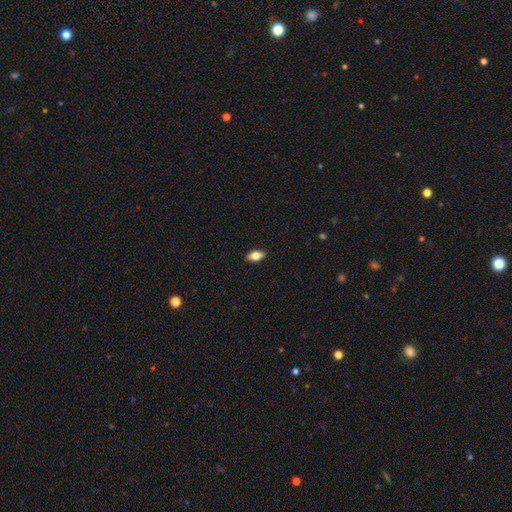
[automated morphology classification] The model was most divided on "smooth or featured": smooth: 76%, featured or disk: 16%, star or artifact: 8%. More confident: merging — none (89%); how rounded — in between (88%).